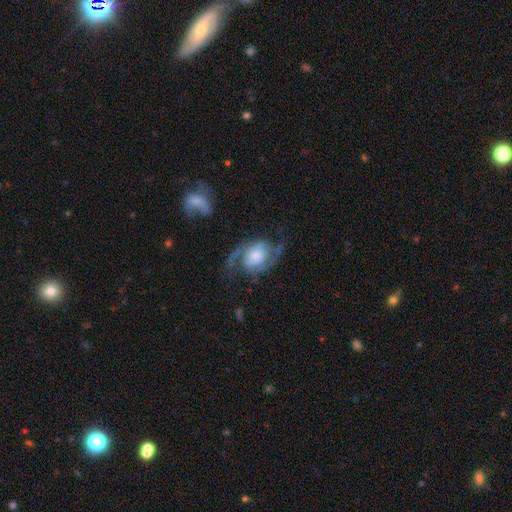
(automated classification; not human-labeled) The model was most divided on "bulge size": large: 34%, moderate: 27%, small: 21%, none: 10%, dominant: 8%. Remaining: edge-on disk — no (97%); spiral arms — yes (93%); spiral arm count — 2 (86%); smooth or featured — featured or disk (79%); bar — no (68%); merging — none (57%); spiral winding — medium (47%).